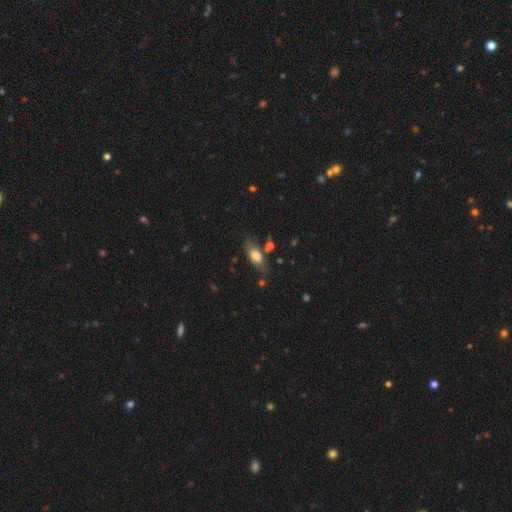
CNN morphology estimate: The model was most divided on "merging": none: 65%, minor disturbance: 21%, major disturbance: 7%, merger: 7%. More confident: how rounded — in between (81%); smooth or featured — smooth (73%).